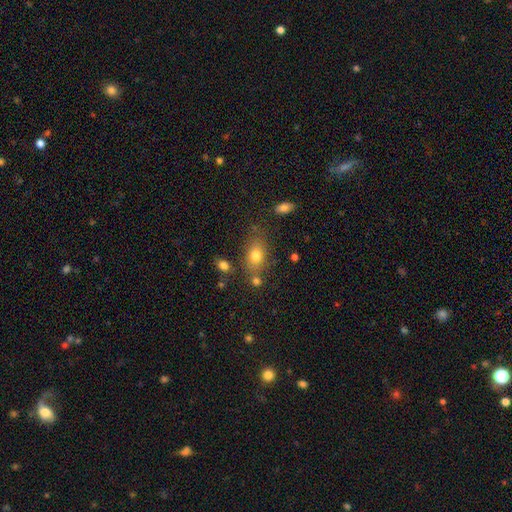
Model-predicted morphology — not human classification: type=smooth (77%); roundness=in between (80%); merging=none (69%).